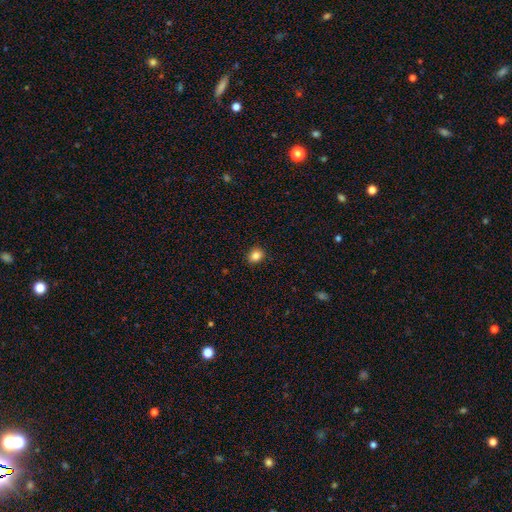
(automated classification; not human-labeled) Smooth or featured: smooth — 86% (star or artifact — 10%)
How rounded: round — 58% (in between — 41%)
Merging: none — 90% (minor disturbance — 7%)